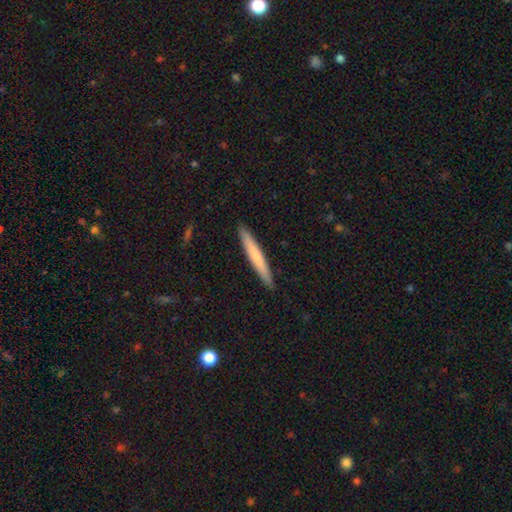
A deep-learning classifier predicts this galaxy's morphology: Smooth or featured: smooth — 66% (featured or disk — 29%)
How rounded: cigar-shaped — 96% (in between — 3%)
Merging: none — 91% (minor disturbance — 6%)